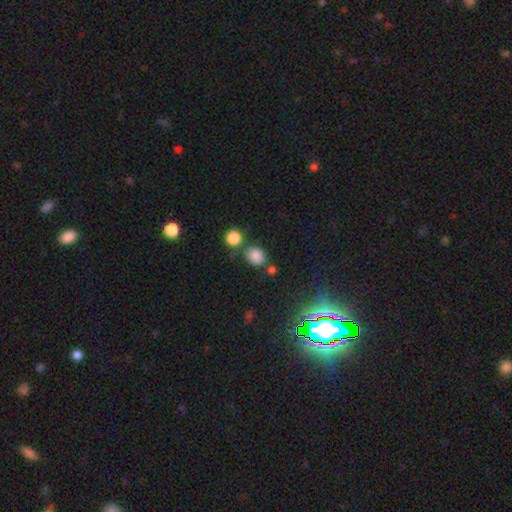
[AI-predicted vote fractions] Morphology: type=smooth (81%); roundness=round (62%); merging=none (68%).